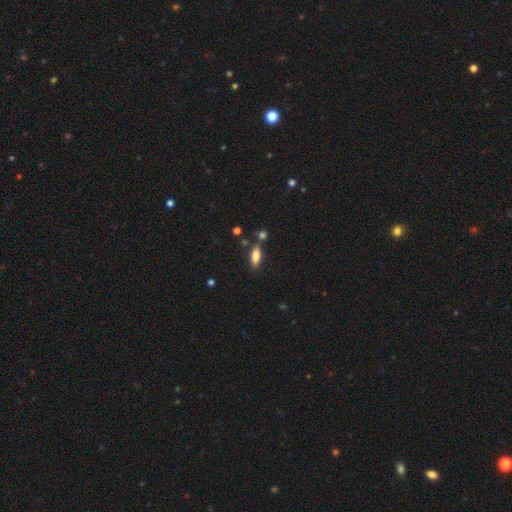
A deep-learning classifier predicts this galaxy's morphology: smooth 81%, featured or disk 11%, star or artifact 8%. Down the decision tree: how rounded — in between (70%); merging — none (74%).